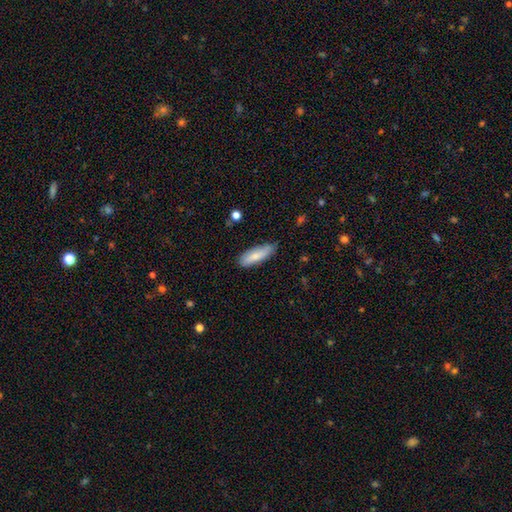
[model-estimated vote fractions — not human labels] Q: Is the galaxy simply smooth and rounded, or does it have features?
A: smooth — 78%.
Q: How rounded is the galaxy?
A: in between — 56%.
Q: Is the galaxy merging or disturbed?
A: none — 72%.